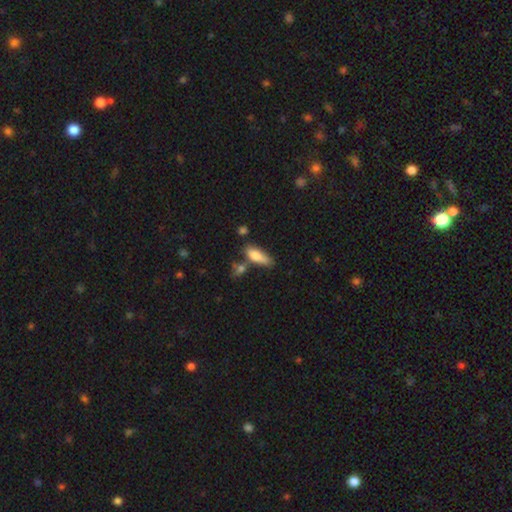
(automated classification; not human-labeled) smooth-or-featured: smooth: 79% | featured or disk: 14% | star or artifact: 7%
  how-rounded: in between: 64% | cigar-shaped: 33% | round: 3%
  merging: none: 49% | minor disturbance: 25% | merger: 17% | major disturbance: 9%